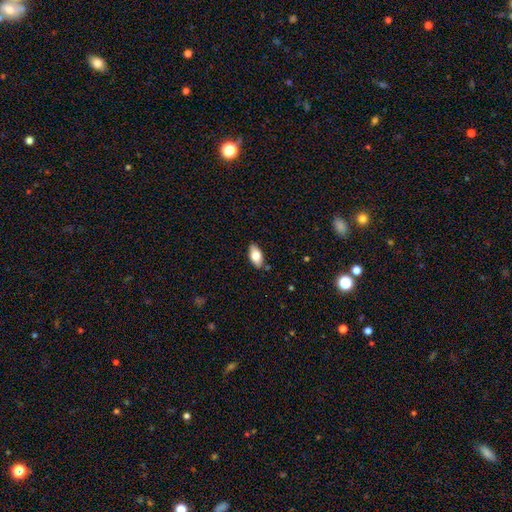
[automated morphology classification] Smooth or featured? Predicted: smooth (p=0.77). How rounded? Predicted: in between (p=0.91). Merging? Predicted: none (p=0.85).